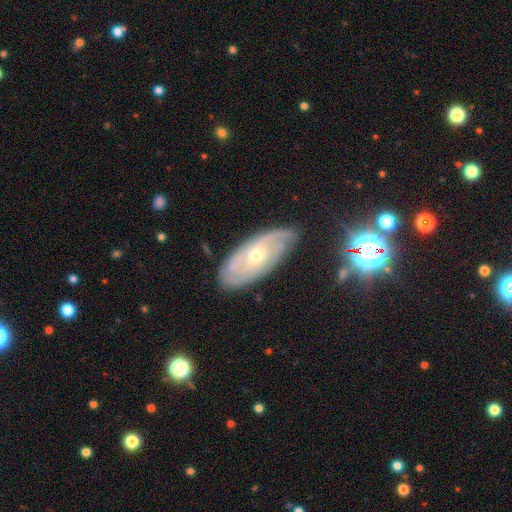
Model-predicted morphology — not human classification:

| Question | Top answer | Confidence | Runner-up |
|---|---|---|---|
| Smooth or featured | featured or disk | 78% | smooth (14%) |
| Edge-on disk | no | 90% | yes (10%) |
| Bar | no | 70% | weak (25%) |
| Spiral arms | yes | 92% | no (8%) |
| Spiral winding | tight | 60% | medium (29%) |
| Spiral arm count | can't tell | 44% | 2 (26%) |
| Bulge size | small | 51% | moderate (46%) |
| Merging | none | 75% | minor disturbance (19%) |